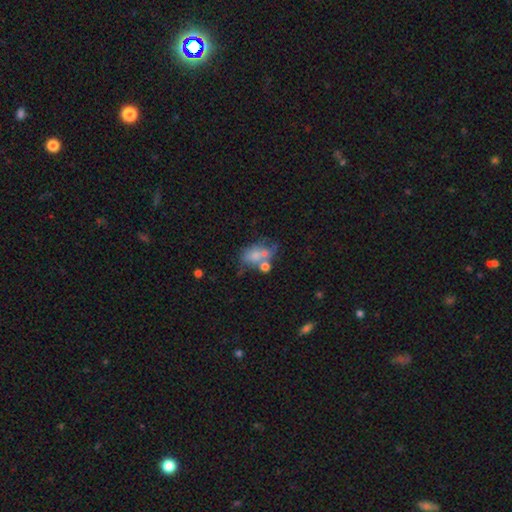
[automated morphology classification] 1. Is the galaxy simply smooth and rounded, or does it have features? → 58% smooth, 31% featured or disk, 12% star or artifact.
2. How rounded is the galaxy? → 75% in between, 23% round, 2% cigar-shaped.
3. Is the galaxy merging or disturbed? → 40% merger, 27% none, 17% minor disturbance, 16% major disturbance.